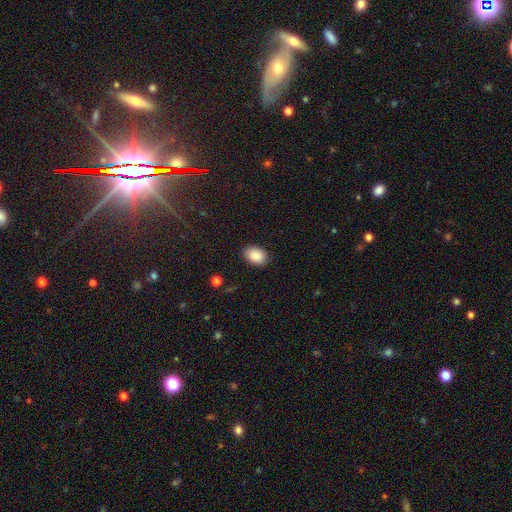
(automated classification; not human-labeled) A smooth galaxy with no disk features (89%) that is in between round and cigar-shaped (77%). Merging: none (86%).